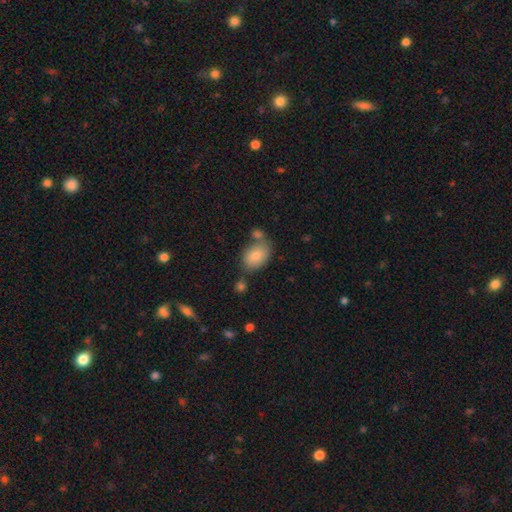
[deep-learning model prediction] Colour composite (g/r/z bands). It shows a smooth galaxy with no disk features (82%) that is in between round and cigar-shaped (81%). Merging: none (57%).